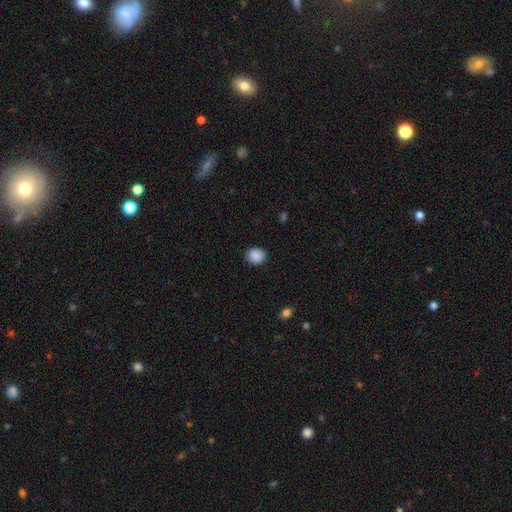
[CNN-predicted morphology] Q: Smooth or featured?
A: smooth (89%); runner-up: star or artifact (8%)
Q: How rounded?
A: round (74%); runner-up: in between (25%)
Q: Merging?
A: none (88%); runner-up: minor disturbance (9%)